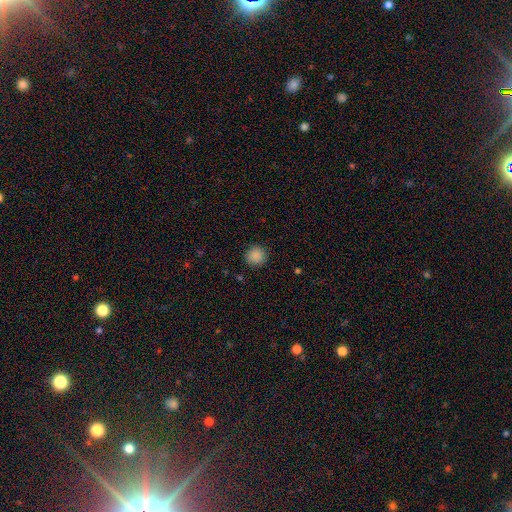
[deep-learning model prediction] smooth 88%, star or artifact 9%, featured or disk 3%. Down the decision tree: how rounded — round (94%); merging — none (90%).